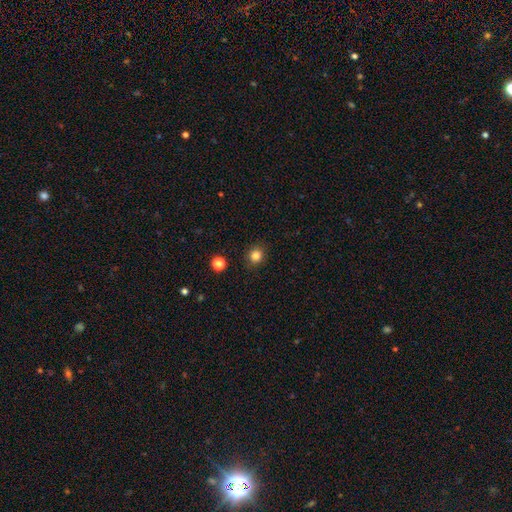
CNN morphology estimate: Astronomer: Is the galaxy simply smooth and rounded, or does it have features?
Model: smooth — 83%.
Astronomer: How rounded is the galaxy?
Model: round — 86%.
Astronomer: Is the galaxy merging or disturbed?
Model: none — 90%.